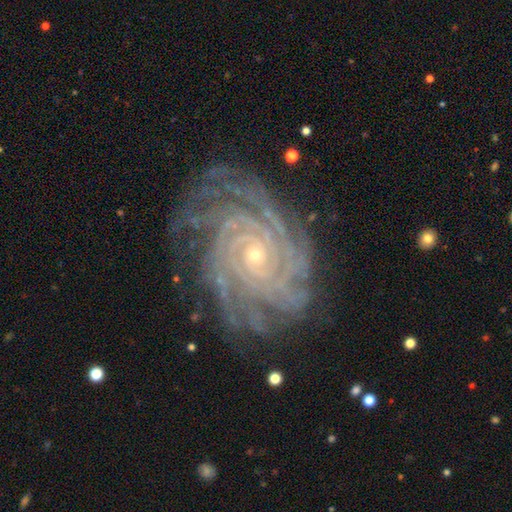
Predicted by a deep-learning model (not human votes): featured or disk 91%, star or artifact 6%, smooth 3%. Down the decision tree: edge-on disk — no (97%); bar — no (72%); spiral arms — yes (98%); spiral arm count — more than 4 (31%); spiral winding — tight (83%); bulge size — small (77%); merging — none (78%).